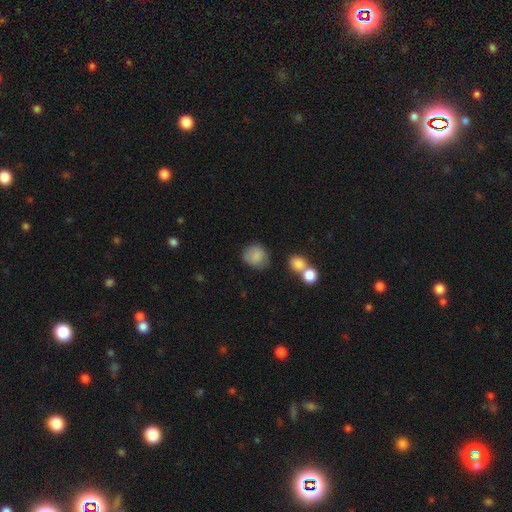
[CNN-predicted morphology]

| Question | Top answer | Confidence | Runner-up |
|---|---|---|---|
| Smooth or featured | smooth | 84% | star or artifact (8%) |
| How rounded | round | 80% | in between (19%) |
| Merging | none | 70% | minor disturbance (17%) |